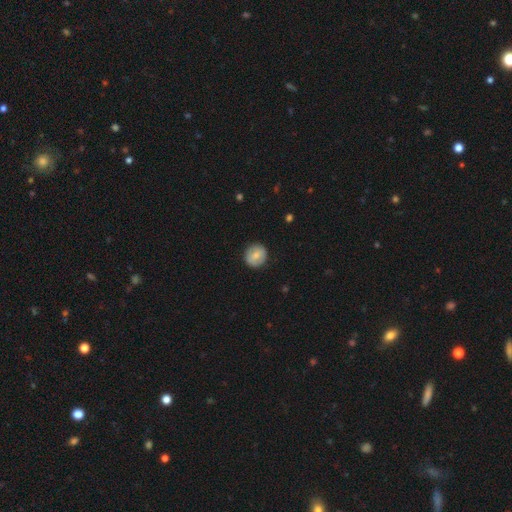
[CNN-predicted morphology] Overall: smooth (77%). How rounded: round (91%). Merging: none (89%).